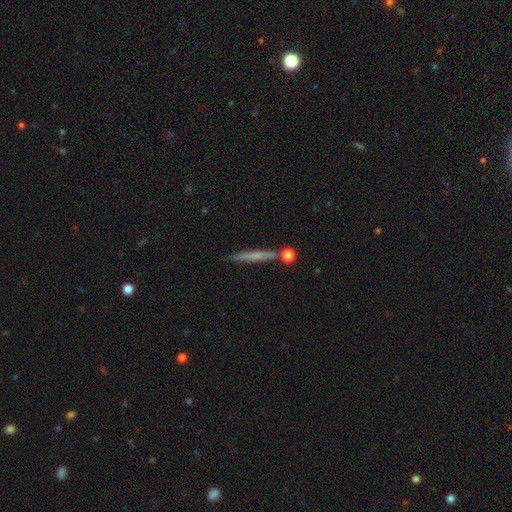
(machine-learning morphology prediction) Q: Smooth or featured?
A: smooth (55%); runner-up: featured or disk (37%)
Q: How rounded?
A: cigar-shaped (94%); runner-up: in between (3%)
Q: Merging?
A: none (81%); runner-up: minor disturbance (10%)